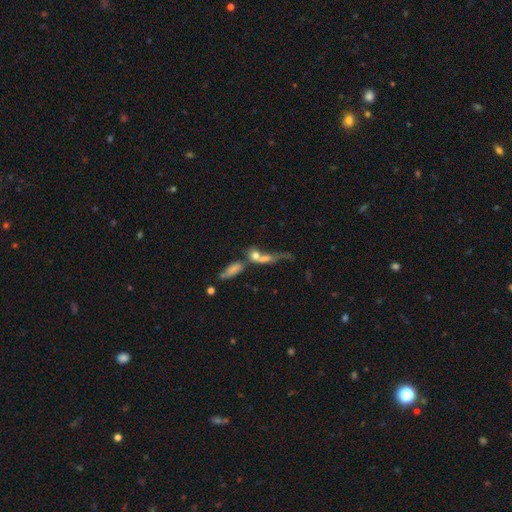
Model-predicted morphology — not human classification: A smooth galaxy with no disk features (56%) that is in between round and cigar-shaped (49%).

Vote fractions:
- Smooth or featured? smooth: 56% / featured or disk: 31% / star or artifact: 14%
- How rounded? in between: 49% / cigar-shaped: 26% / round: 25%
- Merging? merger: 59% / none: 19% / major disturbance: 14% / minor disturbance: 9%